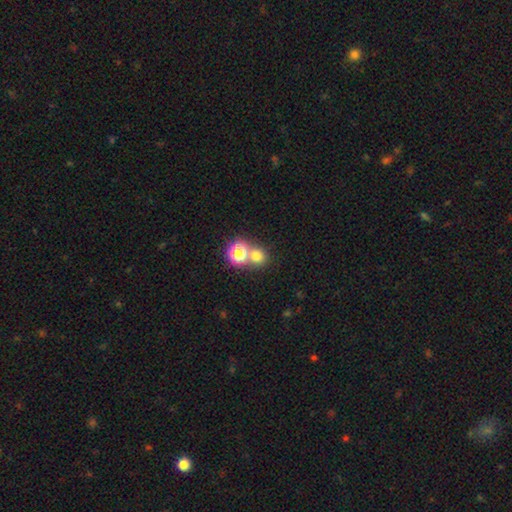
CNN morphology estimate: This is likely a smooth galaxy (70%). How rounded: clearly round (85%). Merging: possibly none (56%).